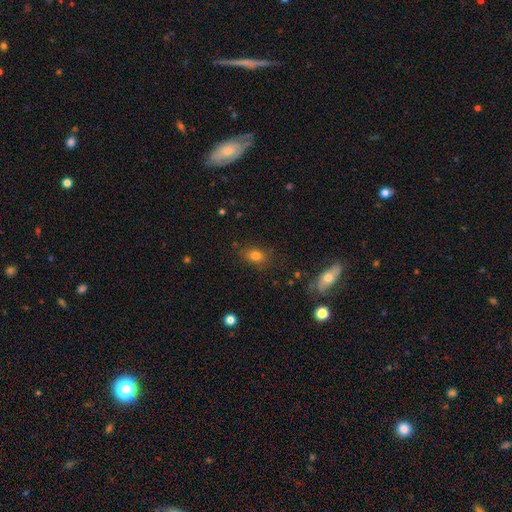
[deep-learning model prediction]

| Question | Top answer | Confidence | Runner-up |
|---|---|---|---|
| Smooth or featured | smooth | 78% | star or artifact (13%) |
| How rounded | in between | 71% | round (27%) |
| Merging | none | 81% | minor disturbance (13%) |